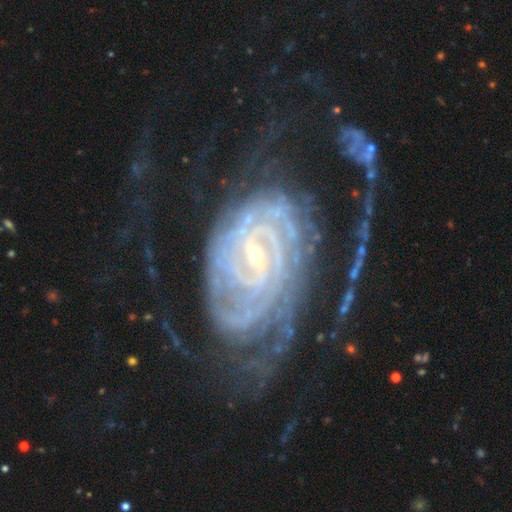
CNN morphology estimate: The model was most divided on "spiral arm count": can't tell: 26%, 2: 23%, 4: 15%, 3: 14%, more than 4: 13%, 1: 8%. Remaining: spiral arms — yes (98%); edge-on disk — no (97%); smooth or featured — featured or disk (91%); spiral winding — tight (76%); bulge size — small (74%); merging — none (58%); bar — weak (42%).